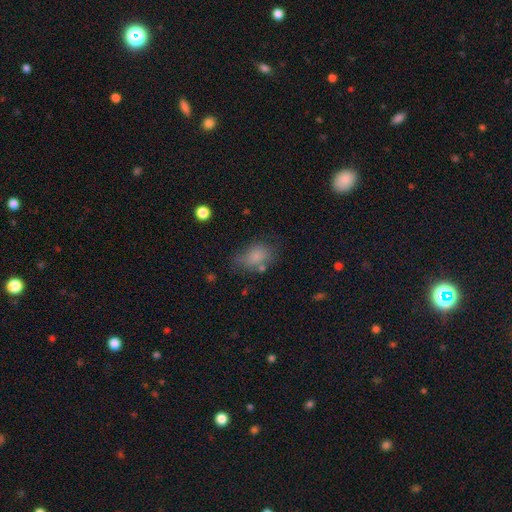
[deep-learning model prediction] A smooth galaxy with no disk features (77%) that is in between round and cigar-shaped (77%). Merging: none (52%).